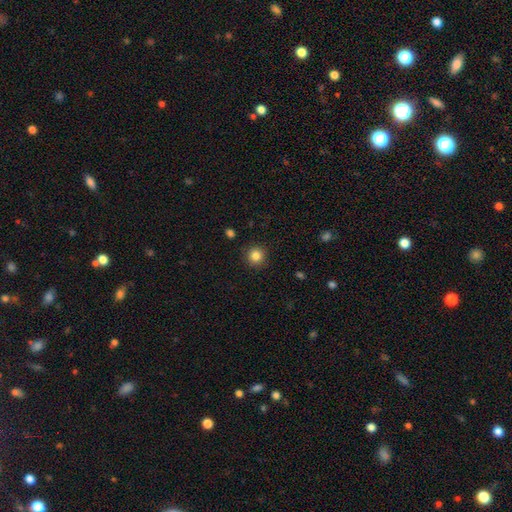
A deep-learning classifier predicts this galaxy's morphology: smooth 84%, star or artifact 11%, featured or disk 5%. Down the decision tree: how rounded — round (94%); merging — none (90%).